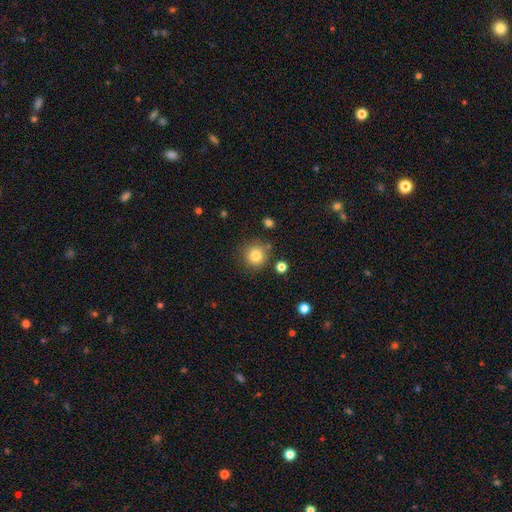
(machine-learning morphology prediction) The model was most divided on "smooth or featured": smooth: 82%, star or artifact: 11%, featured or disk: 7%. More confident: how rounded — round (93%); merging — none (82%).